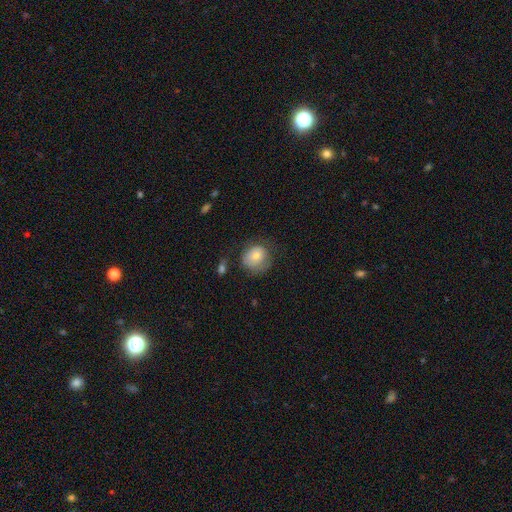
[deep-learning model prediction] A smooth galaxy with no disk features (71%) that is round (78%). Merging: none (60%).